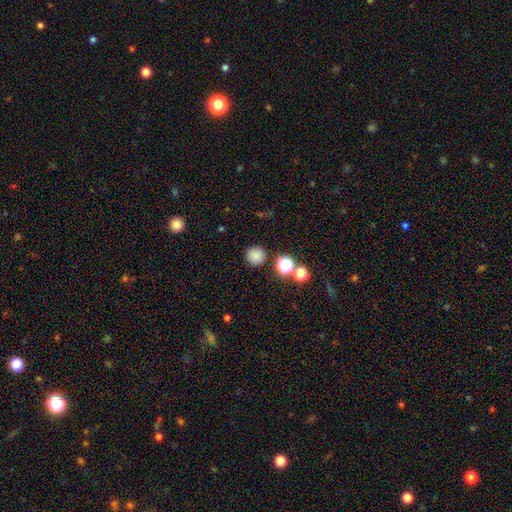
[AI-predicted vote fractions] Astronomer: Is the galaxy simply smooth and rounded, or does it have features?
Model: smooth — 81%.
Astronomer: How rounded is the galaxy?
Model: round — 94%.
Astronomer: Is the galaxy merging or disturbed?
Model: none — 86%.